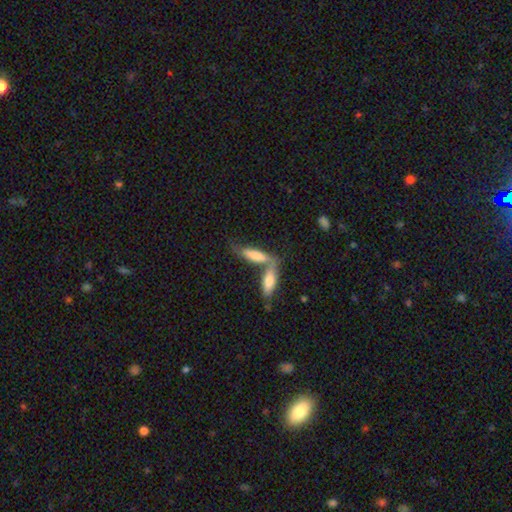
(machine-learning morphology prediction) smooth_or_featured: smooth (p=0.71) [alt: featured or disk p=0.23]
how_rounded: in between (p=0.50) [alt: cigar-shaped p=0.48]
merging: merger (p=0.54) [alt: none p=0.29]